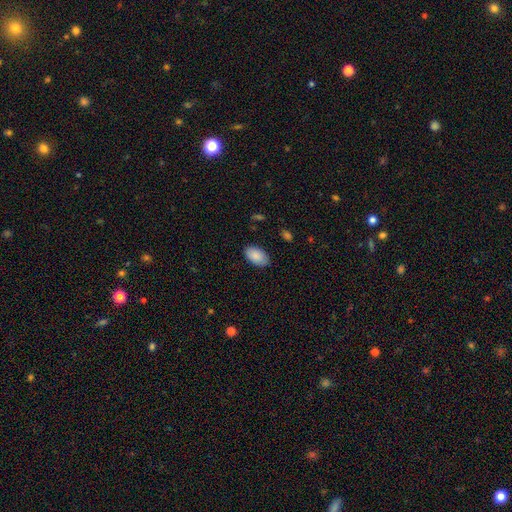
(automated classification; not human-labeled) Smooth or featured? Predicted: smooth (p=0.89). How rounded? Predicted: in between (p=0.95). Merging? Predicted: none (p=0.85).